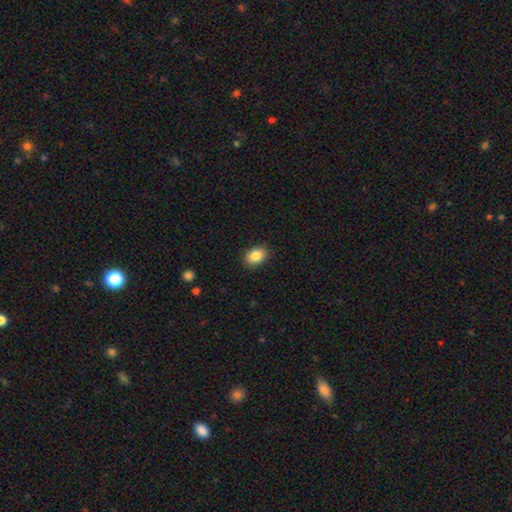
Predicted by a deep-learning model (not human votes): Smooth or featured? Predicted: smooth (p=0.86). How rounded? Predicted: in between (p=0.81). Merging? Predicted: none (p=0.89).